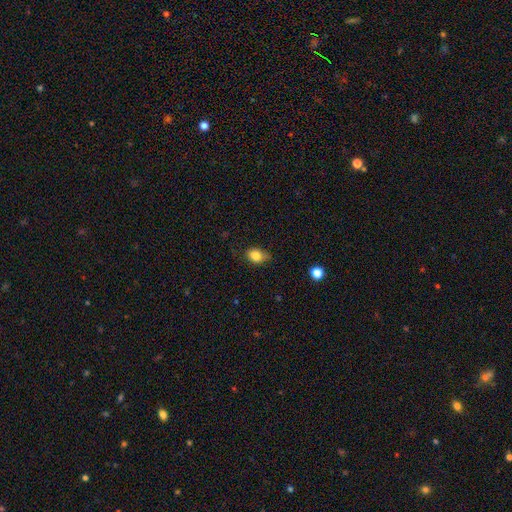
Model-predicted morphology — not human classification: Smooth or featured?
  - smooth: 83% *
  - star or artifact: 10%
  - featured or disk: 7%
How rounded?
  - in between: 59% *
  - round: 40%
  - cigar-shaped: 1%
Merging?
  - none: 64% *
  - minor disturbance: 28%
  - major disturbance: 6%
  - merger: 2%